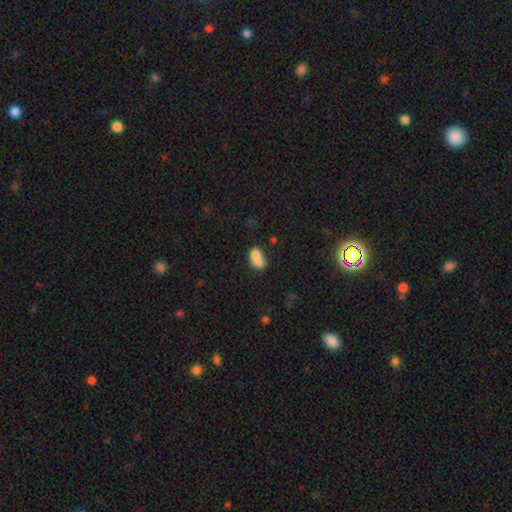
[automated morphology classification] Overall: smooth (74%). How rounded: in between (73%). Merging: merger (58%; none 22%).